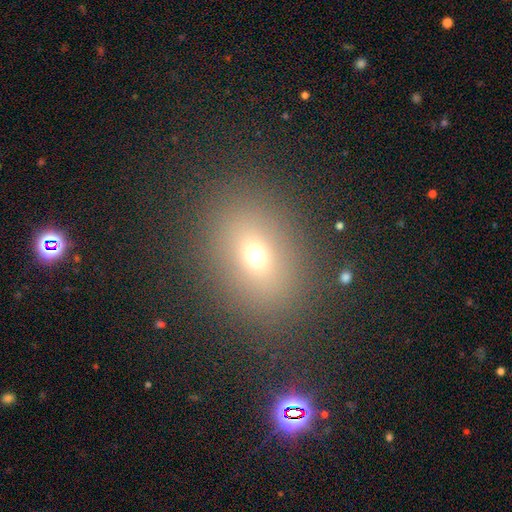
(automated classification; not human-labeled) Overall: smooth (65%). How rounded: in between (58%; round 40%). Merging: none (86%).